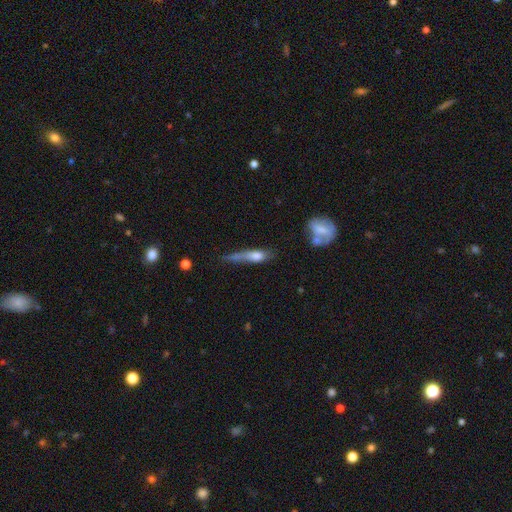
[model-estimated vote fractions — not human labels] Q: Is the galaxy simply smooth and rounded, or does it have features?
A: smooth — 56%.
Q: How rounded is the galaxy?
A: cigar-shaped — 68%.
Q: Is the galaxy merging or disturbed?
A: minor disturbance — 31%.